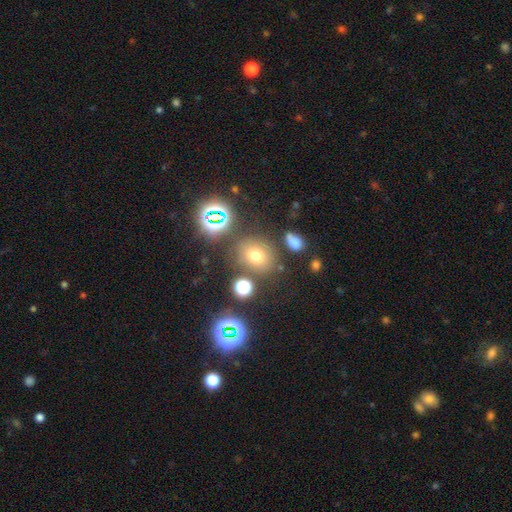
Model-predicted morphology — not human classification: A smooth galaxy with no disk features (63%) that is round (68%). Merging: none (77%).